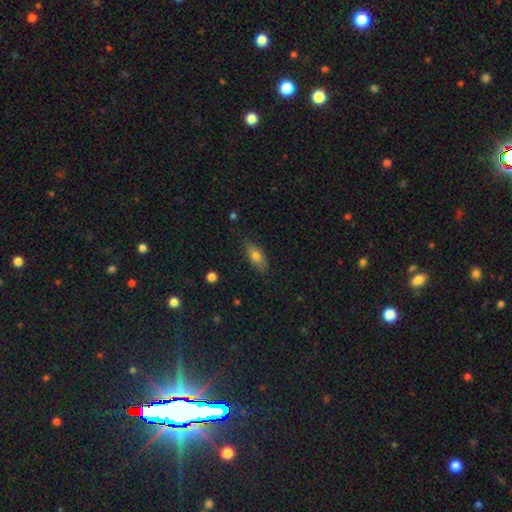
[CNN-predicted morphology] The model was most divided on "smooth or featured": smooth: 72%, featured or disk: 20%, star or artifact: 8%. More confident: merging — none (79%); how rounded — in between (77%).